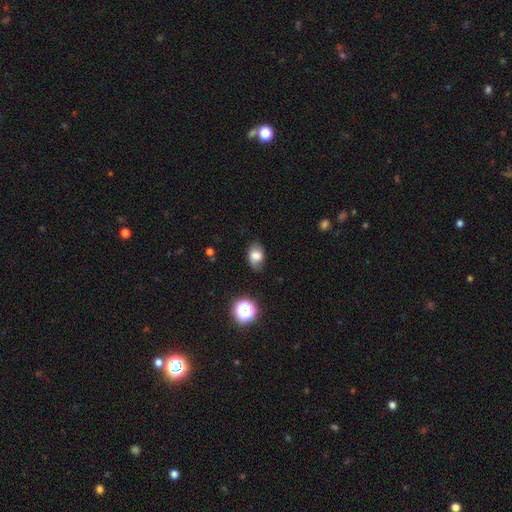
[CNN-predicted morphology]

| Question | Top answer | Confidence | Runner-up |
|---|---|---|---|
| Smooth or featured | smooth | 73% | featured or disk (16%) |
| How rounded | in between | 81% | round (18%) |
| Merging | none | 72% | minor disturbance (22%) |